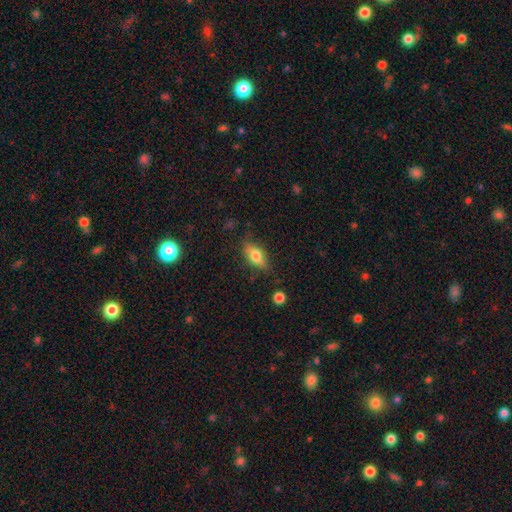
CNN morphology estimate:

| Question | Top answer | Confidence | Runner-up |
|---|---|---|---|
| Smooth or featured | smooth | 65% | featured or disk (26%) |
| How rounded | in between | 80% | cigar-shaped (14%) |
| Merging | none | 75% | minor disturbance (19%) |